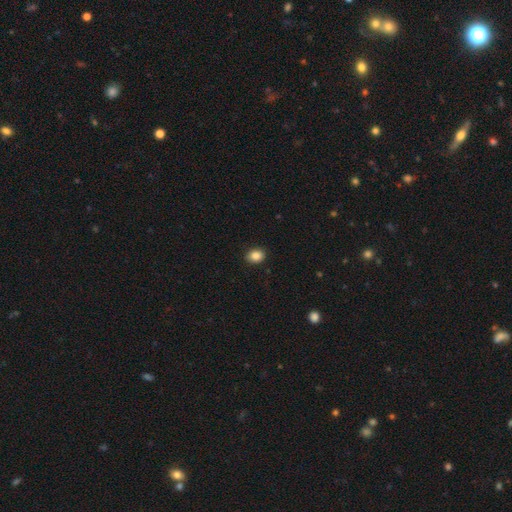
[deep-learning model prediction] Morphology: type=smooth (87%); roundness=in between (64%); merging=none (89%).